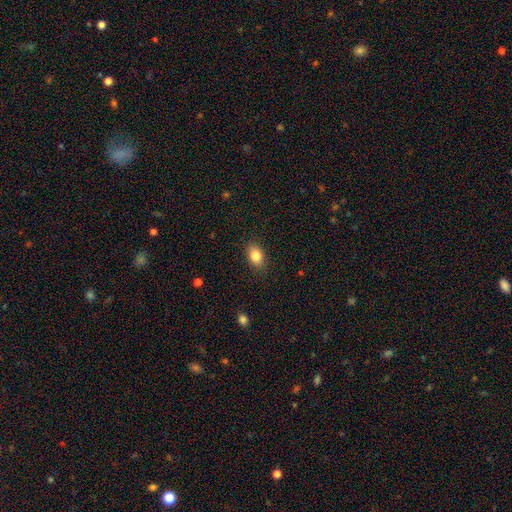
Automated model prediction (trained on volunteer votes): Smooth or featured?
  - smooth: 84% *
  - star or artifact: 8%
  - featured or disk: 7%
How rounded?
  - in between: 83% *
  - round: 16%
  - cigar-shaped: 1%
Merging?
  - none: 87% *
  - minor disturbance: 10%
  - major disturbance: 3%
  - merger: 1%